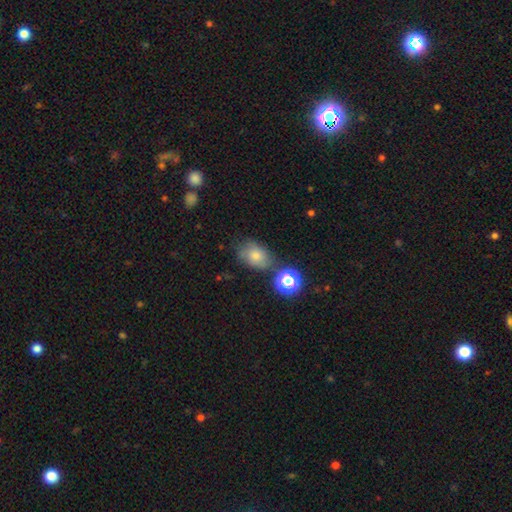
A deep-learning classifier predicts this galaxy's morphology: Q: Smooth or featured?
A: smooth (64%); runner-up: star or artifact (19%)
Q: How rounded?
A: in between (68%); runner-up: round (31%)
Q: Merging?
A: none (64%); runner-up: minor disturbance (22%)